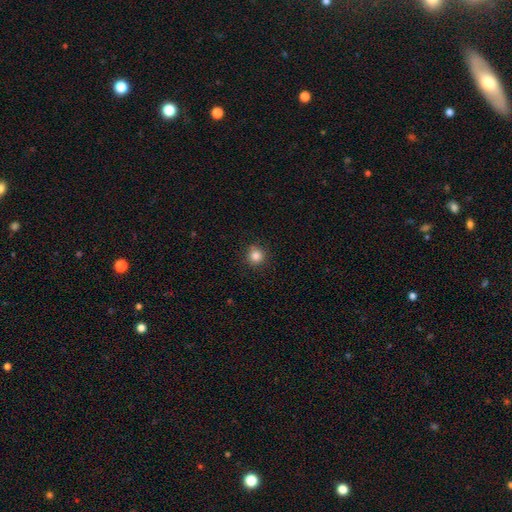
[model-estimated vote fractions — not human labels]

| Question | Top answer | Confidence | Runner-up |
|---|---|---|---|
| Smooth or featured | smooth | 83% | star or artifact (12%) |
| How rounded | round | 93% | in between (6%) |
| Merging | none | 90% | minor disturbance (7%) |